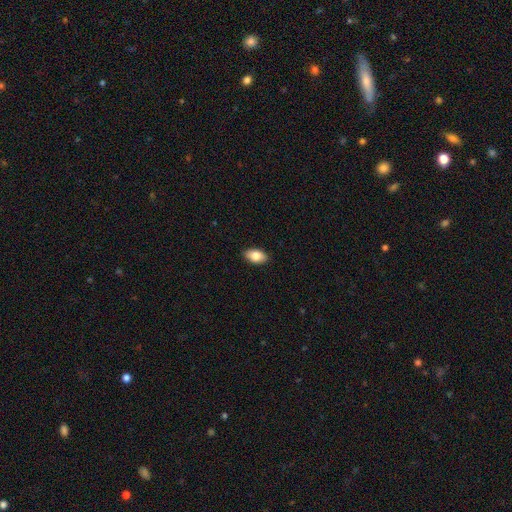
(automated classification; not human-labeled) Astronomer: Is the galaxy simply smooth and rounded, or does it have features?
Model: smooth — 83%.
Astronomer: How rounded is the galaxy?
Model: in between — 92%.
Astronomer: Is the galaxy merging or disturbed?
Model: none — 89%.